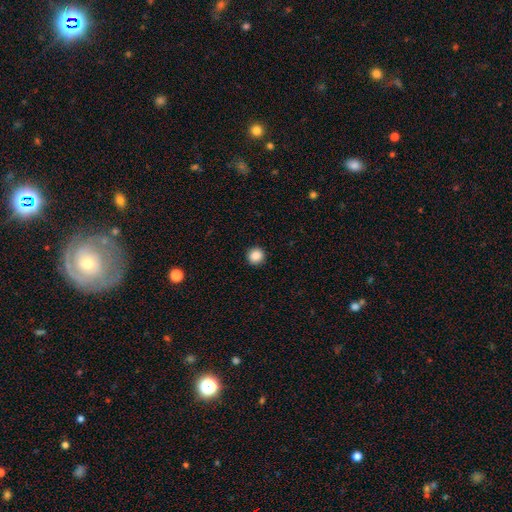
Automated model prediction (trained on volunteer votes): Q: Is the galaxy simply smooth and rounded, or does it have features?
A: smooth — 87%.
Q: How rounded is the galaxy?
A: round — 94%.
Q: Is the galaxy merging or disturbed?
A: none — 92%.